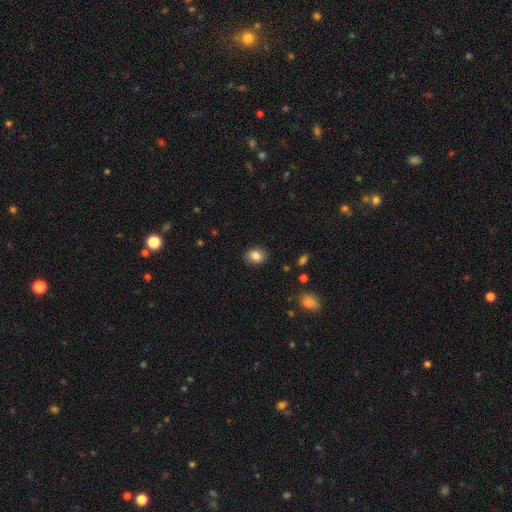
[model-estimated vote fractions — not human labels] Smooth or featured?
  - smooth: 84% *
  - star or artifact: 9%
  - featured or disk: 7%
How rounded?
  - round: 53% *
  - in between: 46%
  - cigar-shaped: 1%
Merging?
  - none: 89% *
  - minor disturbance: 8%
  - major disturbance: 2%
  - merger: 1%